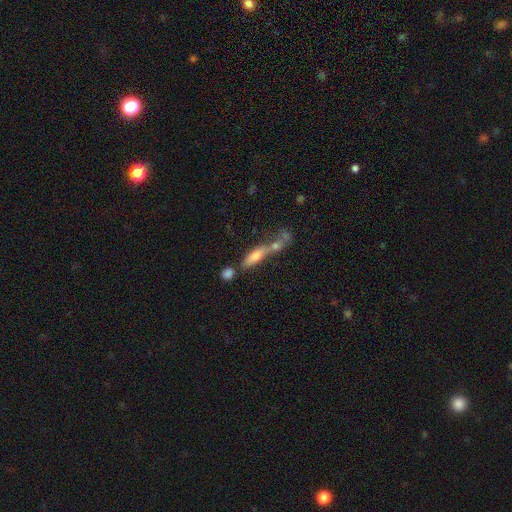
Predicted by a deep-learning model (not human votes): Smooth or featured: smooth — 48% (featured or disk — 40%)
Merging: merger — 48% (none — 30%)